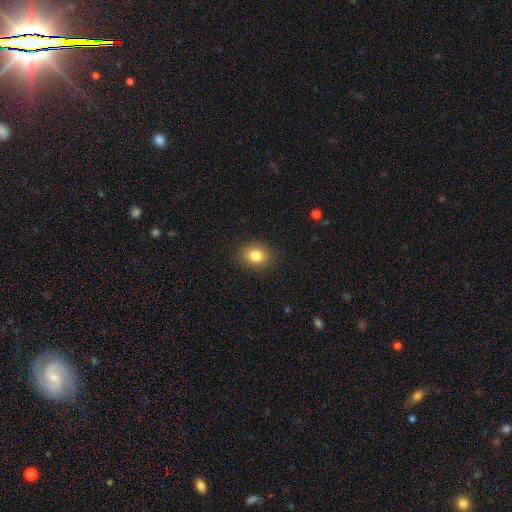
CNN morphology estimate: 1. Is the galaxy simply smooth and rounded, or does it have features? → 83% smooth, 10% star or artifact, 7% featured or disk.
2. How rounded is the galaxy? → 58% round, 41% in between, 1% cigar-shaped.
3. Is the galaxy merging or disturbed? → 89% none, 8% minor disturbance, 2% major disturbance, 1% merger.